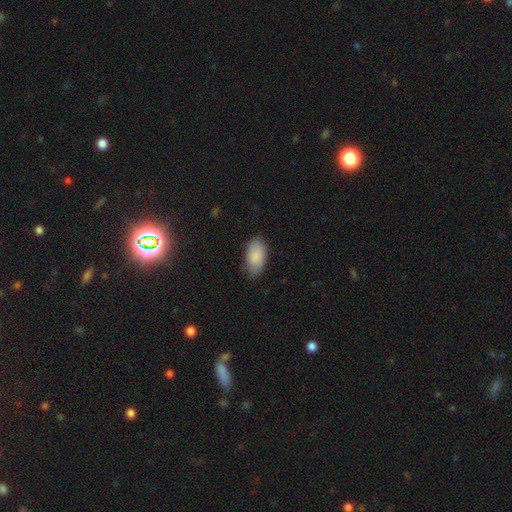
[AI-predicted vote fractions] Smooth or featured: smooth — 89% (star or artifact — 6%)
How rounded: in between — 95% (round — 3%)
Merging: none — 79% (minor disturbance — 17%)